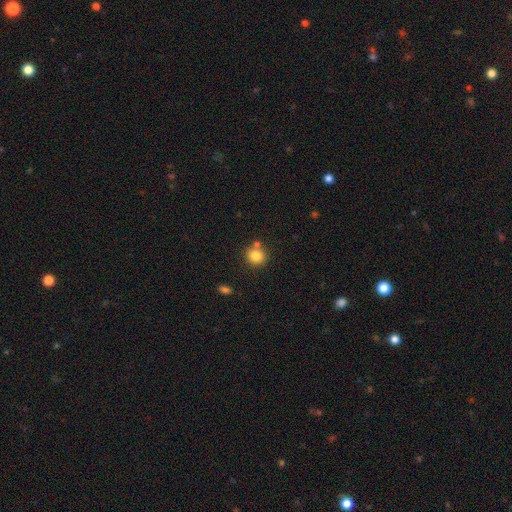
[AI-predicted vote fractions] The model was most divided on "merging": none: 73%, merger: 14%, minor disturbance: 10%, major disturbance: 3%. More confident: how rounded — round (87%); smooth or featured — smooth (83%).